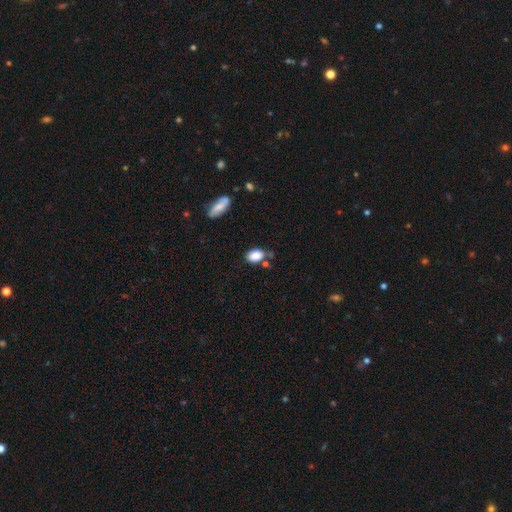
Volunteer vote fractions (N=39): Q: Smooth or featured?
A: smooth (87%); runner-up: star or artifact (10%)
Q: How rounded?
A: in between (85%); runner-up: round (12%)
Q: Merging?
A: none (60%); runner-up: minor disturbance (37%)